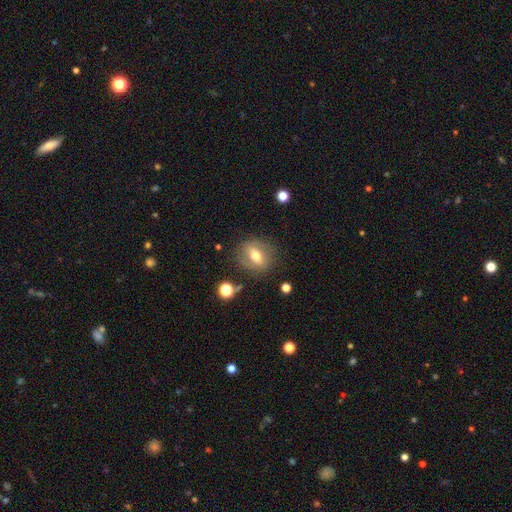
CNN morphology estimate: Q: Smooth or featured?
A: smooth (53%); runner-up: featured or disk (38%)
Q: How rounded?
A: in between (48%); runner-up: round (45%)
Q: Merging?
A: none (79%); runner-up: minor disturbance (13%)